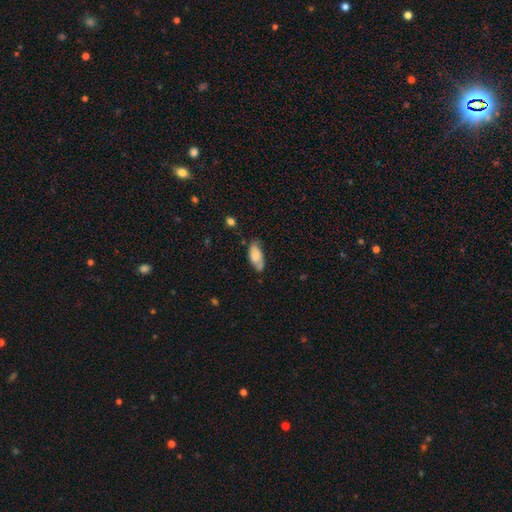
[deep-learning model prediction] Smooth or featured? Predicted: smooth (p=0.68). How rounded? Predicted: in between (p=0.85). Merging? Predicted: none (p=0.68).